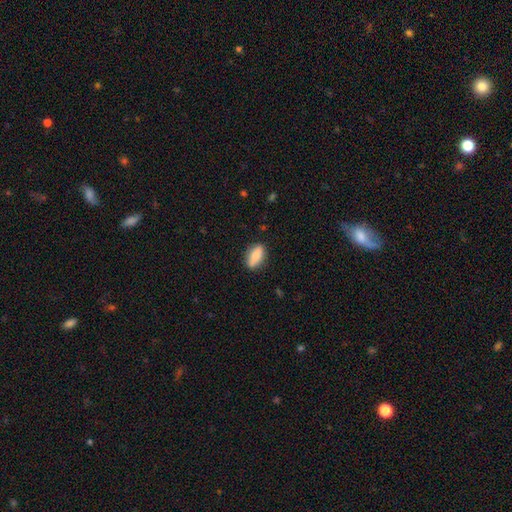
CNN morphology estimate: Smooth or featured: smooth — 78% (featured or disk — 15%)
How rounded: in between — 78% (cigar-shaped — 18%)
Merging: none — 84% (minor disturbance — 12%)